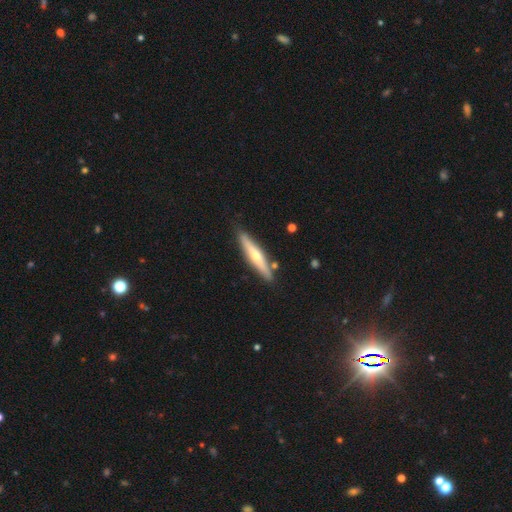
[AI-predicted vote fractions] smooth_or_featured: featured or disk (p=0.56) [alt: smooth p=0.39]
disk_edge_on: yes (p=0.92) [alt: no p=0.08]
edge_on_bulge: rounded (p=0.85) [alt: none p=0.12]
merging: none (p=0.83) [alt: minor disturbance p=0.11]